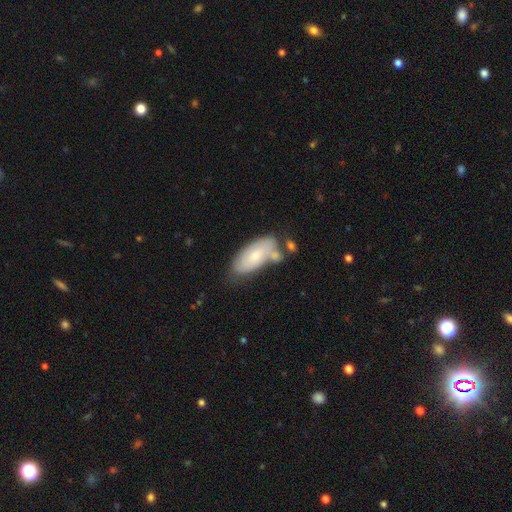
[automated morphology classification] smooth-or-featured: smooth: 65% | featured or disk: 29% | star or artifact: 6%
  how-rounded: in between: 89% | cigar-shaped: 9% | round: 2%
  merging: none: 48% | minor disturbance: 23% | merger: 22% | major disturbance: 7%